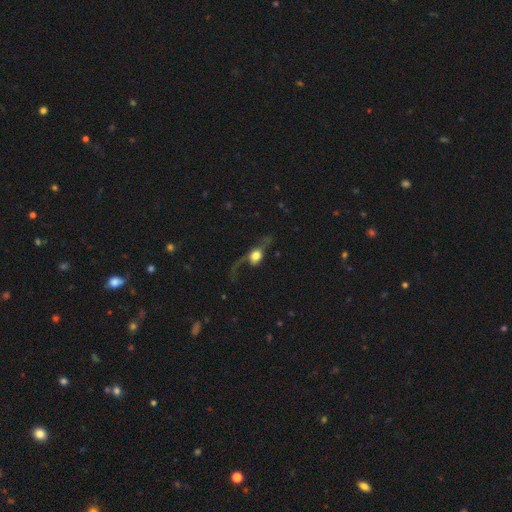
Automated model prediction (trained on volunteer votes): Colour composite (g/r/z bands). It shows a featured or disk galaxy (53%). Merging: major disturbance (44%).